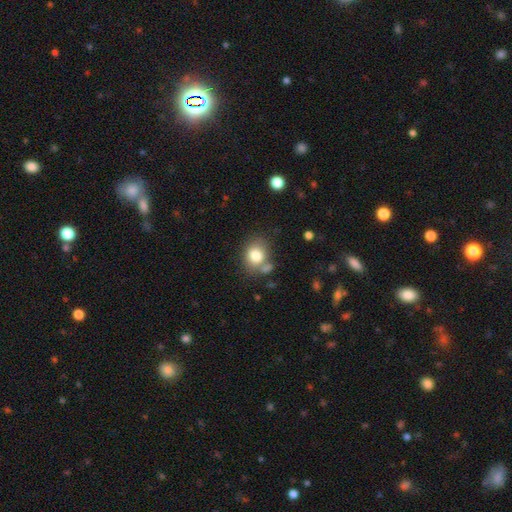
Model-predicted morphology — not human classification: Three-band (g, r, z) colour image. It shows a smooth galaxy with no disk features (80%) that is round (56%). Merging: none (63%).